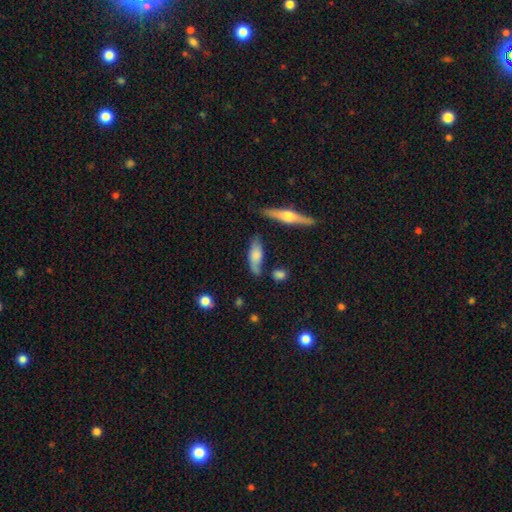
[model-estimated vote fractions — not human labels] smooth 60%, featured or disk 33%, star or artifact 7%. Down the decision tree: how rounded — in between (55%); merging — none (64%).